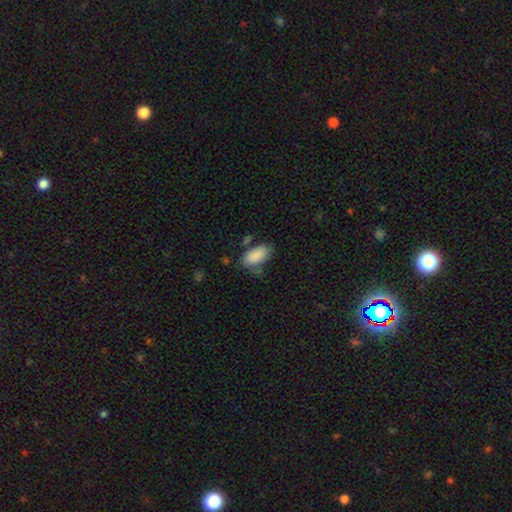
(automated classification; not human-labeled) Smooth or featured: smooth — 87% (star or artifact — 7%)
How rounded: in between — 94% (cigar-shaped — 4%)
Merging: none — 60% (minor disturbance — 24%)